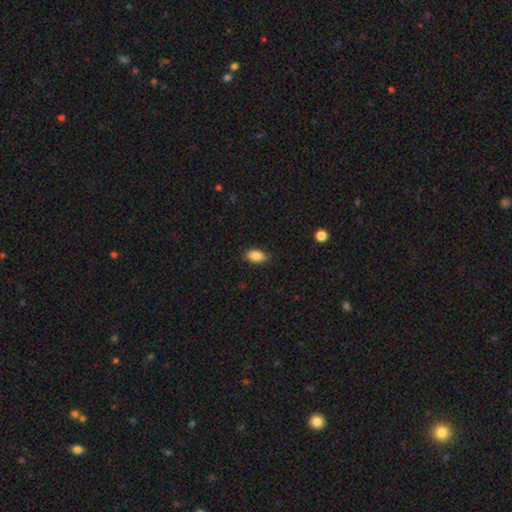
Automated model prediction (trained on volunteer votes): Smooth or featured: smooth — 87% (star or artifact — 8%)
How rounded: in between — 91% (round — 5%)
Merging: none — 86% (minor disturbance — 11%)